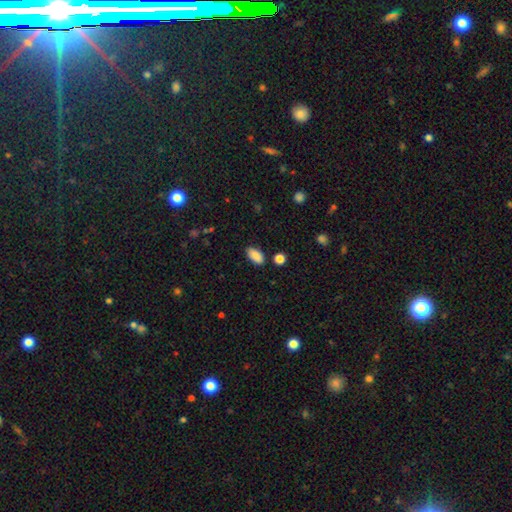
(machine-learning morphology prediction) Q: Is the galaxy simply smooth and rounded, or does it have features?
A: smooth — 88%.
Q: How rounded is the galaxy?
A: in between — 92%.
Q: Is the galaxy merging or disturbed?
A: none — 84%.